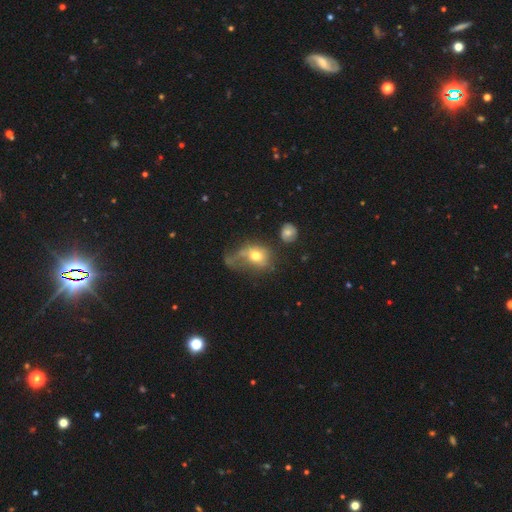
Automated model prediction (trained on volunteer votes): A smooth galaxy with no disk features (64%) that is round (49%, tied with in between). Merging: major disturbance (48%).